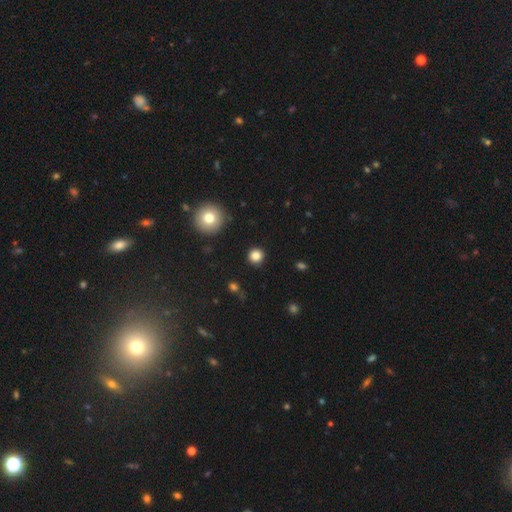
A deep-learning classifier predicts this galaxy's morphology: type=smooth (83%); roundness=round (94%); merging=none (90%).